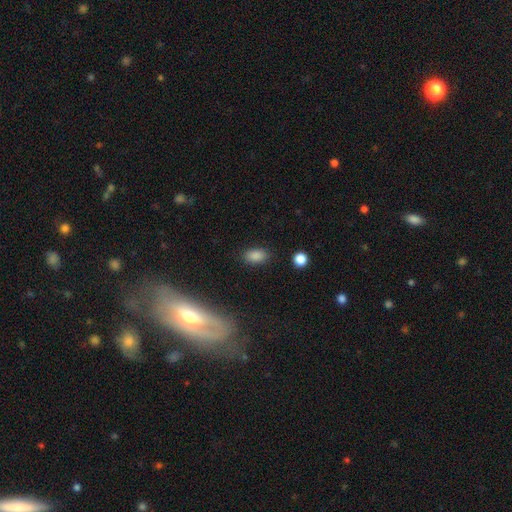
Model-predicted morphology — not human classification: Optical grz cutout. It shows a smooth galaxy with no disk features (85%) that is in between round and cigar-shaped (90%). Merging: none (86%).